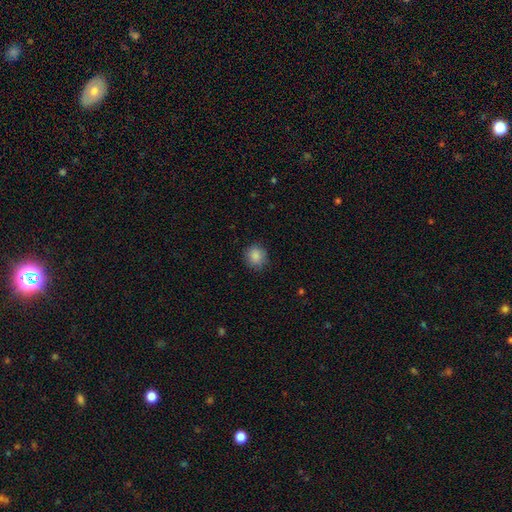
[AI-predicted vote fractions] smooth-or-featured: smooth: 87% | star or artifact: 9% | featured or disk: 4%
  how-rounded: round: 87% | in between: 12% | cigar-shaped: 1%
  merging: none: 85% | minor disturbance: 11% | major disturbance: 3% | merger: 1%